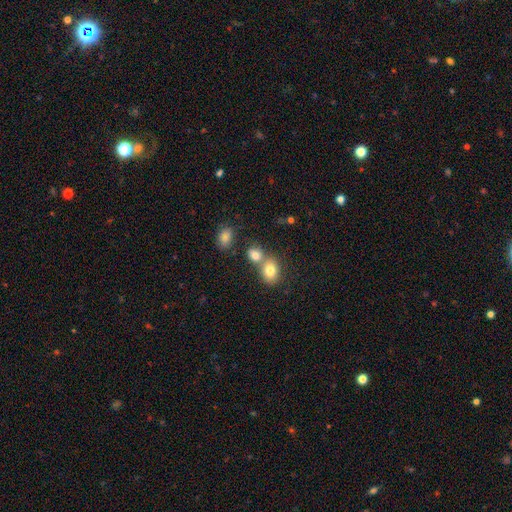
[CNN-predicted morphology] A smooth galaxy with no disk features (77%) that is in between round and cigar-shaped (52%).

Vote fractions:
- Smooth or featured? smooth: 77% / star or artifact: 13% / featured or disk: 11%
- How rounded? in between: 52% / round: 46% / cigar-shaped: 1%
- Merging? merger: 44% (tied) / none: 44% (tied) / minor disturbance: 9% / major disturbance: 3%